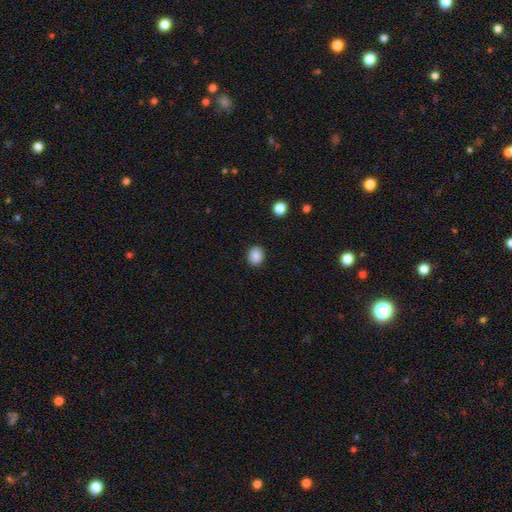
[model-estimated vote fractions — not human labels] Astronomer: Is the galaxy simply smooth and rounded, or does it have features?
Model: smooth — 88%.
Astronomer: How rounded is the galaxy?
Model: round — 60% (runner-up: in between, 39%).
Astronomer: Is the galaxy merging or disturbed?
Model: none — 90%.